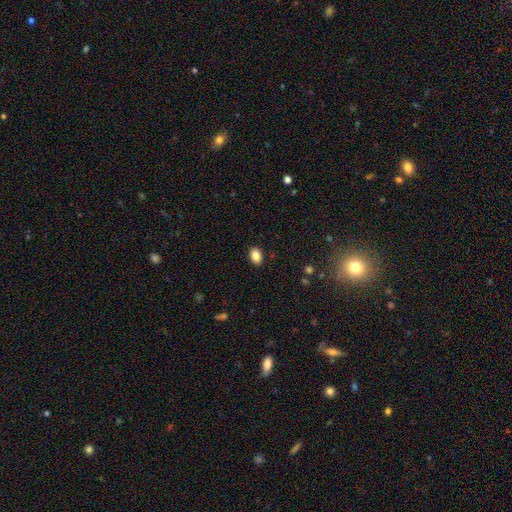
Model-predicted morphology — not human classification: Overall: smooth (86%). How rounded: in between (83%). Merging: none (89%).